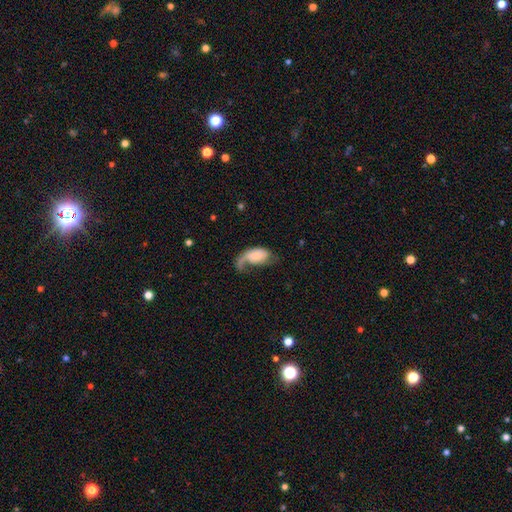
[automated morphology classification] This is possibly a smooth galaxy (50%). Merging: possibly major disturbance (47%).